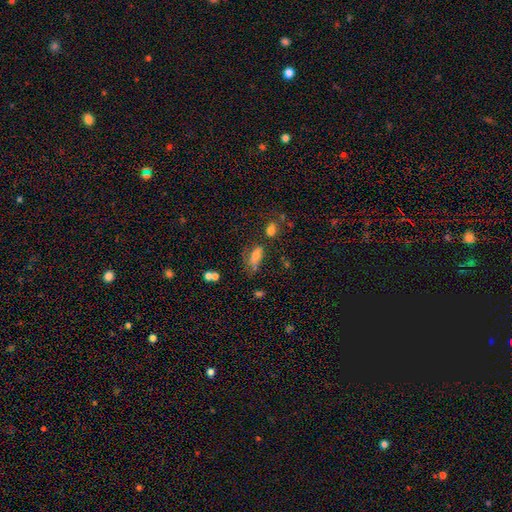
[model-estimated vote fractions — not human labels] Overall: smooth (66%). How rounded: in between (78%). Merging: none (41%; minor disturbance 27%).